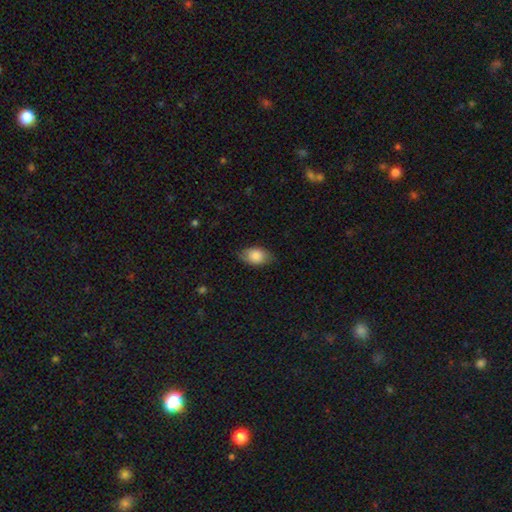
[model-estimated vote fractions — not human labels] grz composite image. It shows a smooth galaxy with no disk features (83%) that is in between round and cigar-shaped (89%). Merging: none (78%).